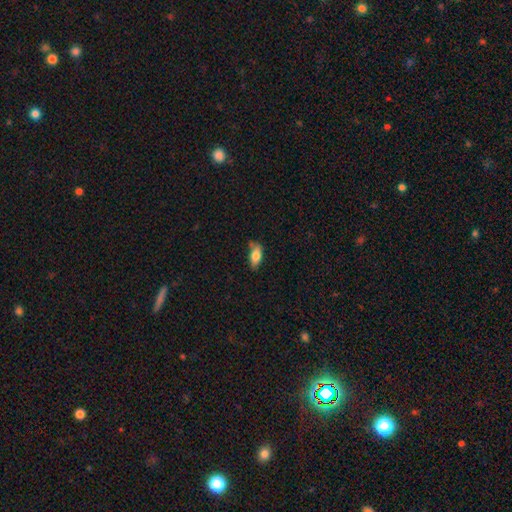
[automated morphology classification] Q: Smooth or featured?
A: smooth (72%); runner-up: featured or disk (21%)
Q: How rounded?
A: in between (81%); runner-up: cigar-shaped (16%)
Q: Merging?
A: none (66%); runner-up: minor disturbance (22%)